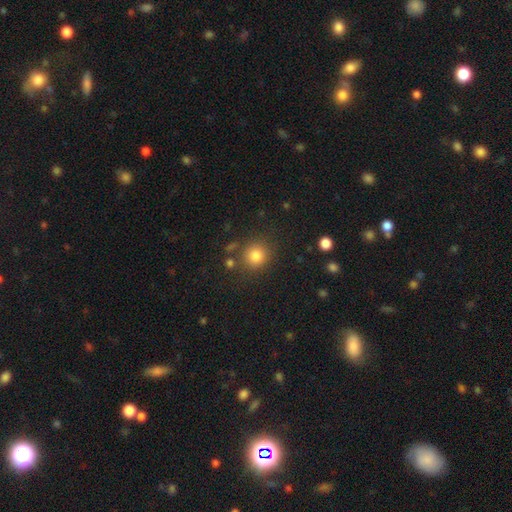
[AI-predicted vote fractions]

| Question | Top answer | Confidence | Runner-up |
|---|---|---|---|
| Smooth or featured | smooth | 82% | star or artifact (12%) |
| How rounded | round | 88% | in between (11%) |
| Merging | none | 81% | minor disturbance (10%) |